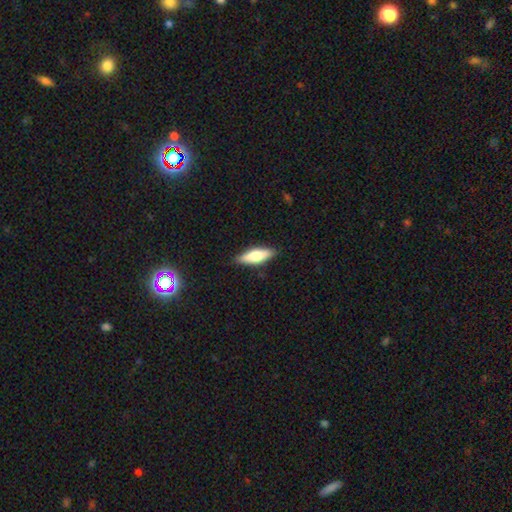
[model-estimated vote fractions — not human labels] The model was most divided on "how rounded": in between: 52%, cigar-shaped: 46%, round: 2%. More confident: merging — none (87%); smooth or featured — smooth (66%).